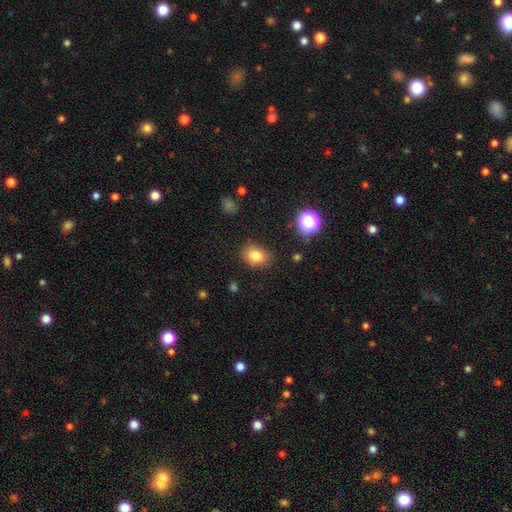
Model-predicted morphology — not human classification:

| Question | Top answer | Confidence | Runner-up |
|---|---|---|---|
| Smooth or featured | smooth | 81% | star or artifact (12%) |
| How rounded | in between | 64% | round (35%) |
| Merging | none | 82% | minor disturbance (12%) |